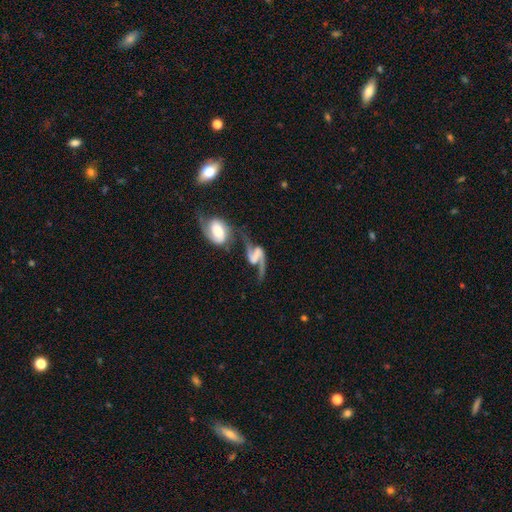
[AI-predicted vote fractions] smooth_or_featured: featured or disk (p=0.81) [alt: smooth p=0.12]
disk_edge_on: no (p=0.95) [alt: yes p=0.05]
bar: strong (p=0.39) [alt: weak p=0.33]
has_spiral_arms: yes (p=0.90) [alt: no p=0.10]
spiral_winding: loose (p=0.75) [alt: medium p=0.19]
spiral_arm_count: 2 (p=0.86) [alt: 1 p=0.09]
bulge_size: none (p=0.55) [alt: small p=0.18]
merging: merger (p=0.38) [alt: none p=0.30]